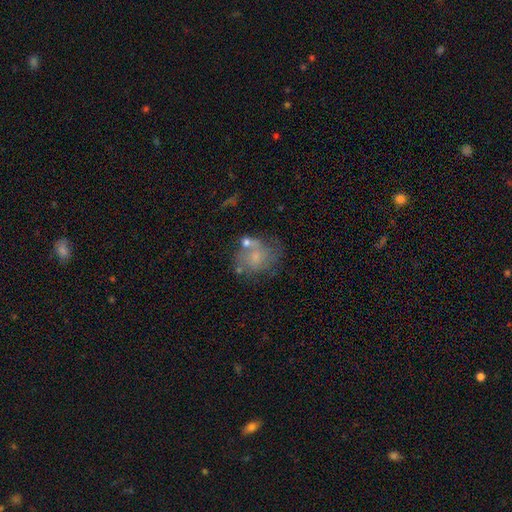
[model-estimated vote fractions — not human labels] smooth_or_featured: featured or disk (p=0.46) [alt: smooth p=0.43]
merging: none (p=0.42) [alt: minor disturbance p=0.22]